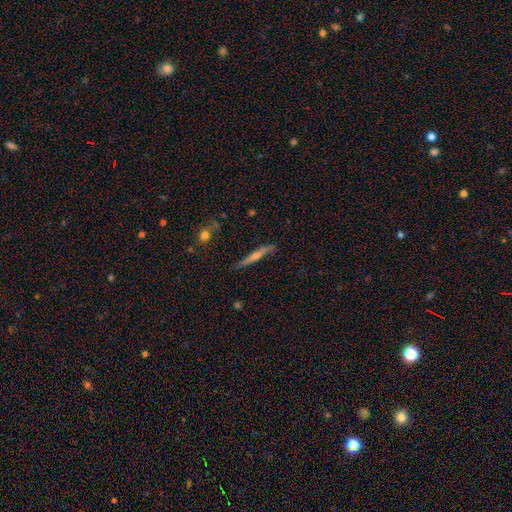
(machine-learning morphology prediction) Q: Smooth or featured?
A: featured or disk (62%); runner-up: smooth (30%)
Q: Edge-on disk?
A: yes (95%); runner-up: no (5%)
Q: Edge-on bulge?
A: rounded (72%); runner-up: none (21%)
Q: Merging?
A: none (82%); runner-up: minor disturbance (14%)